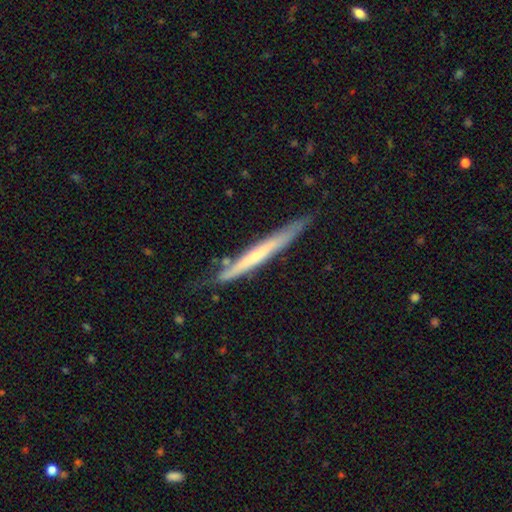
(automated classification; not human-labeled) Smooth or featured? featured or disk (52%)
Edge-on disk? yes (94%)
Merging? none (75%)